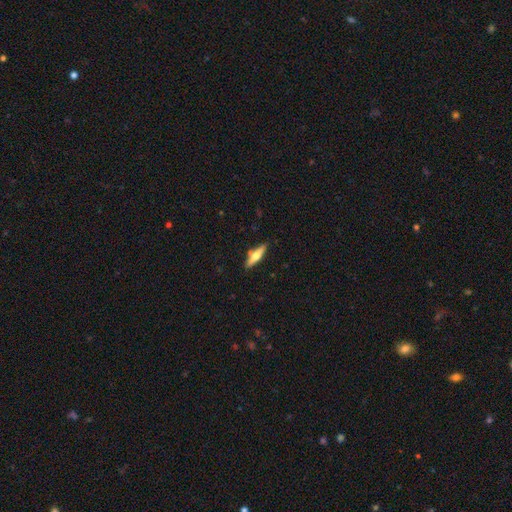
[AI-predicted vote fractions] Smooth or featured? featured or disk (51%)
Edge-on disk? yes (93%)
Merging? none (84%)